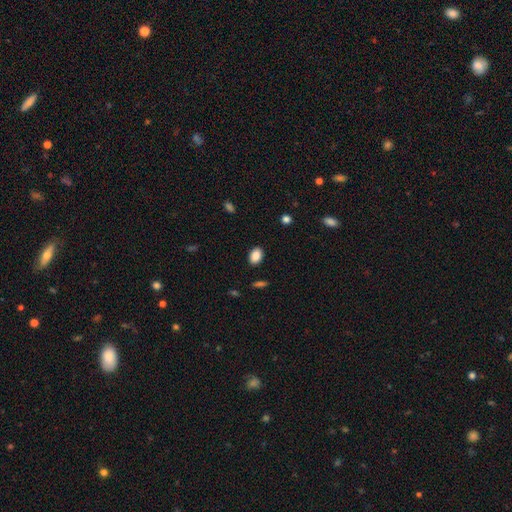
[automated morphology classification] Overall: smooth (88%). How rounded: in between (83%). Merging: none (88%).